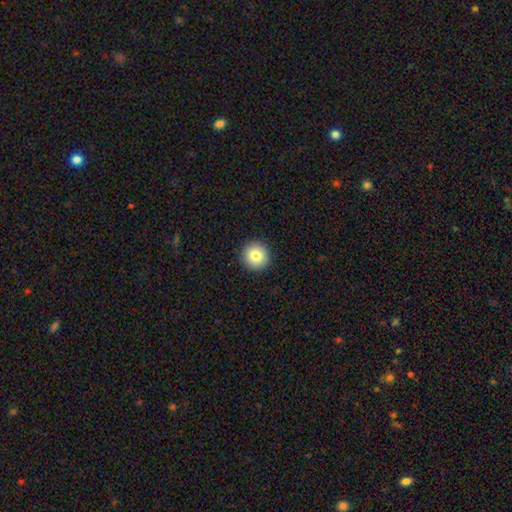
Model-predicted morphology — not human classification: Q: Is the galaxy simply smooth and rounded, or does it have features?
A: smooth — 82%.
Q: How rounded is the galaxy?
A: round — 95%.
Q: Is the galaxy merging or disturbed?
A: none — 93%.